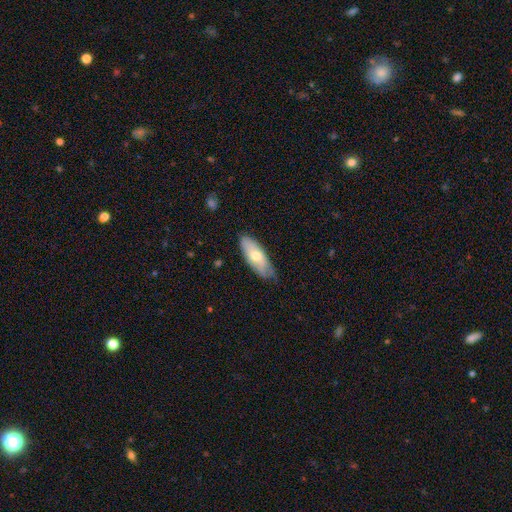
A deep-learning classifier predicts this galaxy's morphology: Smooth or featured: smooth — 62% (featured or disk — 32%)
How rounded: in between — 76% (cigar-shaped — 22%)
Merging: none — 70% (minor disturbance — 24%)